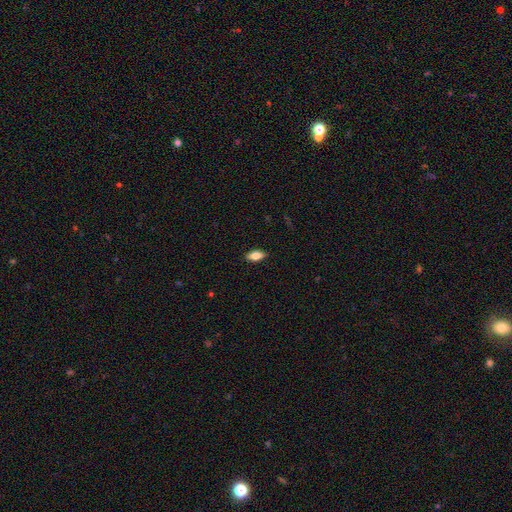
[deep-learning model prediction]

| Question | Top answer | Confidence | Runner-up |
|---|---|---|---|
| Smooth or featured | smooth | 79% | featured or disk (13%) |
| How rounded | in between | 88% | cigar-shaped (8%) |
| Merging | none | 88% | minor disturbance (9%) |